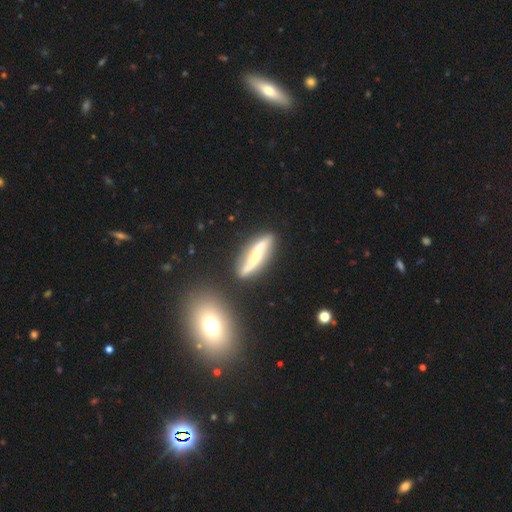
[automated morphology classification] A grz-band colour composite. It shows a featured or disk galaxy (73%). Merging: none (76%).